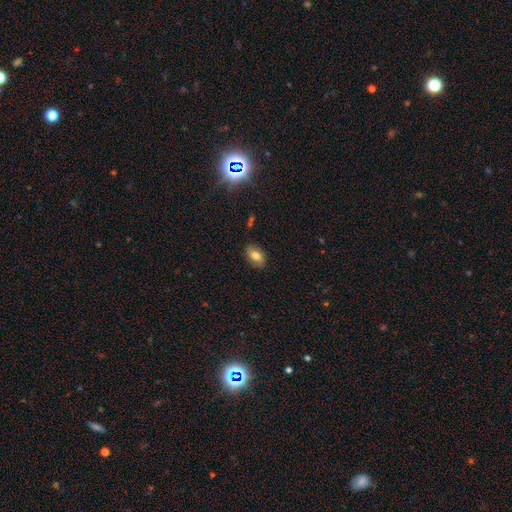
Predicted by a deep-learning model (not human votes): smooth-or-featured: smooth: 77% | featured or disk: 13% | star or artifact: 9%
  how-rounded: in between: 87% | round: 11% | cigar-shaped: 2%
  merging: none: 84% | minor disturbance: 12% | major disturbance: 2% | merger: 1%